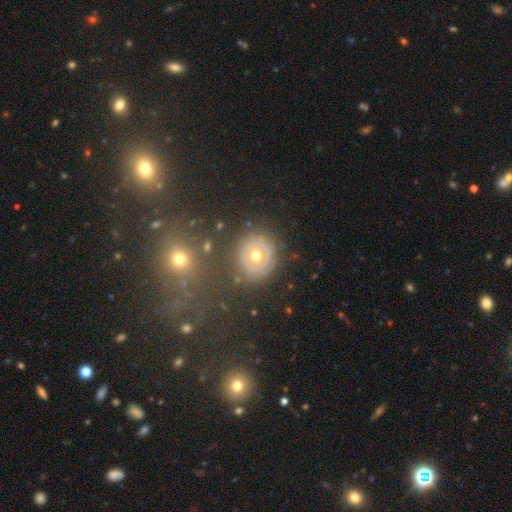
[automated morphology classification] This is possibly a featured or disk galaxy (53%). It is clearly not viewed edge-on (95%). Merging: clearly none (83%).